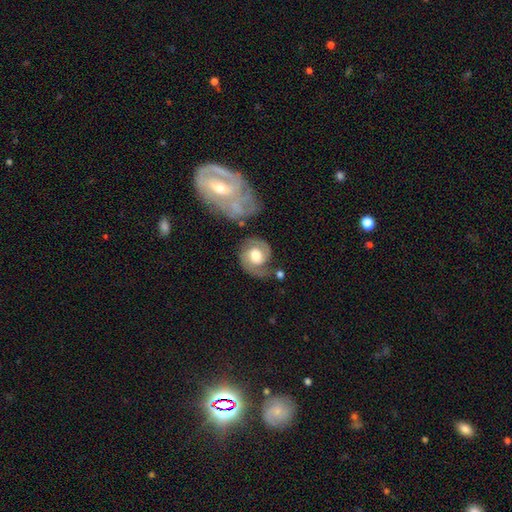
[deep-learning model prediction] featured or disk 73%, smooth 22%, star or artifact 5%. Down the decision tree: edge-on disk — no (98%); bar — no (59%); spiral arms — yes (92%); spiral arm count — 2 (81%); spiral winding — medium (45%); bulge size — moderate (54%); merging — none (60%).